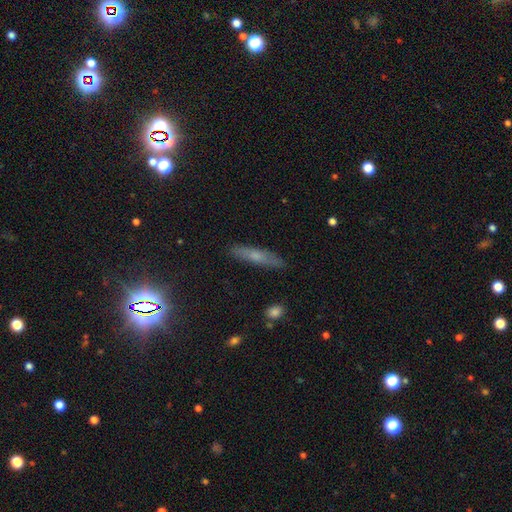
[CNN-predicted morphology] smooth 54%, featured or disk 35%, star or artifact 11%. Down the decision tree: how rounded — cigar-shaped (85%); merging — none (87%).